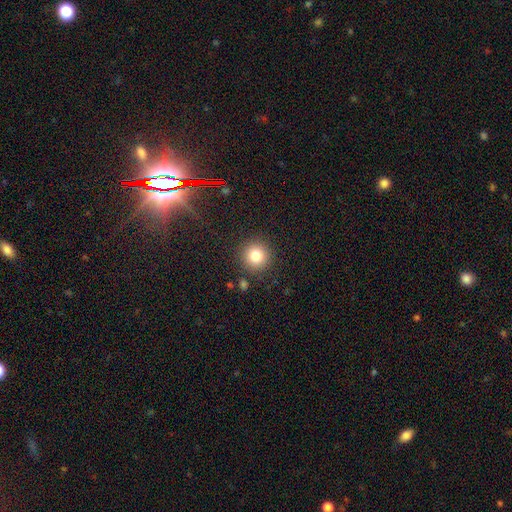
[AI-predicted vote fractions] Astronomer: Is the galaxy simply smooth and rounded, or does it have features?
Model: smooth — 82%.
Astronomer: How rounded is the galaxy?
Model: round — 94%.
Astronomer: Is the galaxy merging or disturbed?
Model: none — 88%.